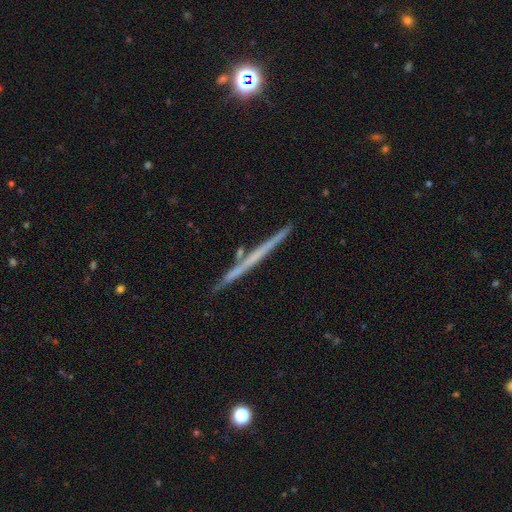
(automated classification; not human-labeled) Smooth or featured? featured or disk (61%)
Edge-on disk? yes (97%)
Edge-on bulge? none (89%)
Merging? none (88%)